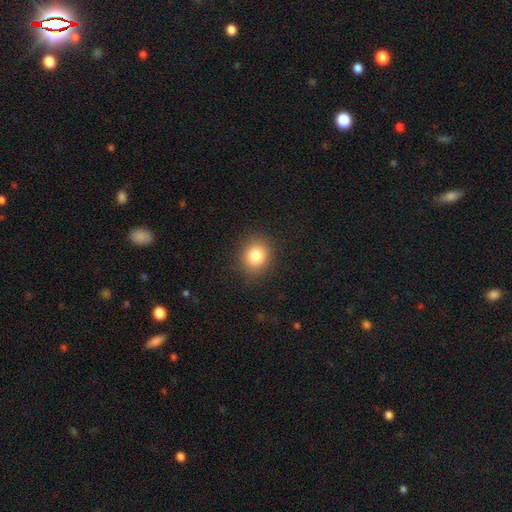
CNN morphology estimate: The model was most divided on "how rounded": round: 70%, in between: 29%, cigar-shaped: 1%. More confident: merging — none (88%); smooth or featured — smooth (82%).